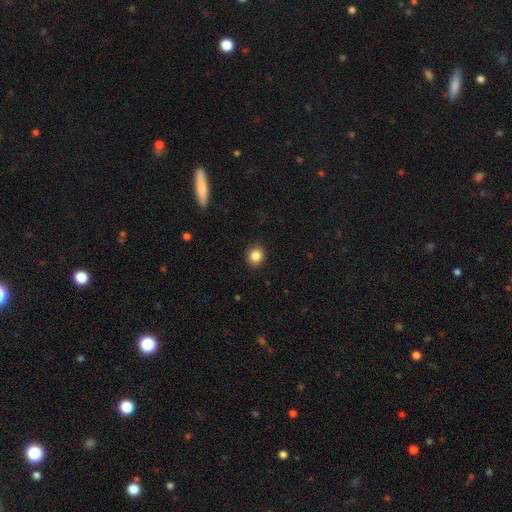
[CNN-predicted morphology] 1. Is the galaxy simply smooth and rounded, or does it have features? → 85% smooth, 10% star or artifact, 5% featured or disk.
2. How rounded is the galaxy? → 80% round, 19% in between, 1% cigar-shaped.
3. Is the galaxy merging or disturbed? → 91% none, 6% minor disturbance, 2% major disturbance, 1% merger.